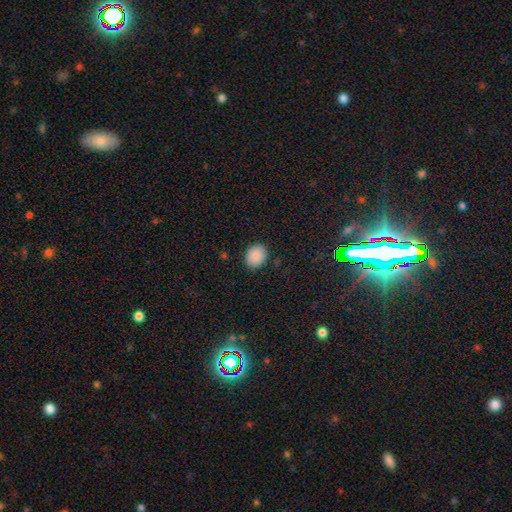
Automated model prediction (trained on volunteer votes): The model was most divided on "how rounded": round: 54%, in between: 45%, cigar-shaped: 1%. More confident: smooth or featured — smooth (88%); merging — none (88%).